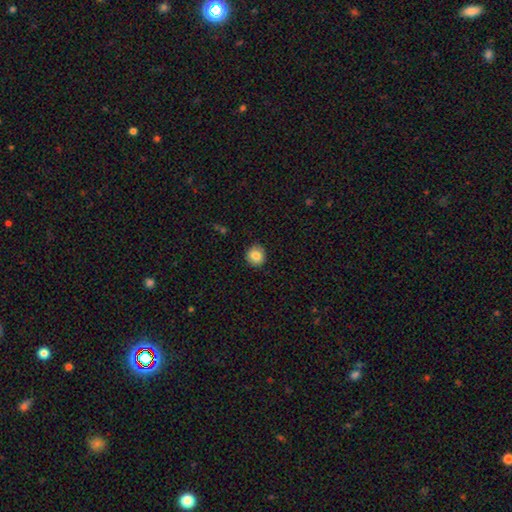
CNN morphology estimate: Smooth or featured? Predicted: smooth (p=0.84). How rounded? Predicted: round (p=0.90). Merging? Predicted: none (p=0.90).